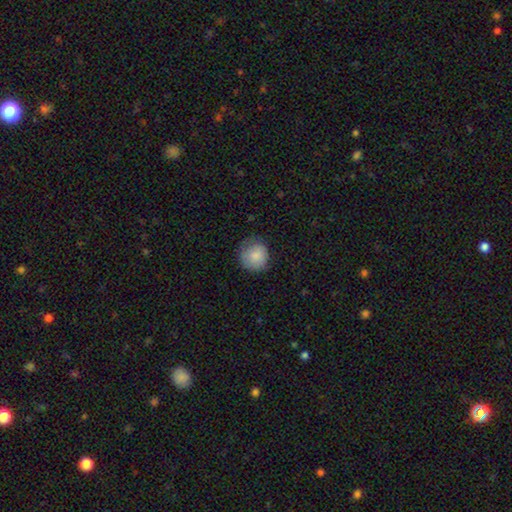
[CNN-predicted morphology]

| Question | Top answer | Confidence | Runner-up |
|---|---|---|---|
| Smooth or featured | smooth | 86% | featured or disk (8%) |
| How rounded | round | 89% | in between (10%) |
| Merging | none | 70% | minor disturbance (22%) |